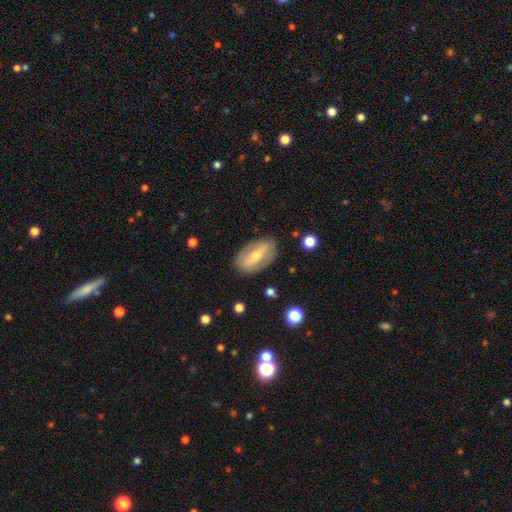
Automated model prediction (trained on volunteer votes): Overall: featured or disk (52%; smooth 42%). Edge-on disk: no (84%). Merging: none (82%).